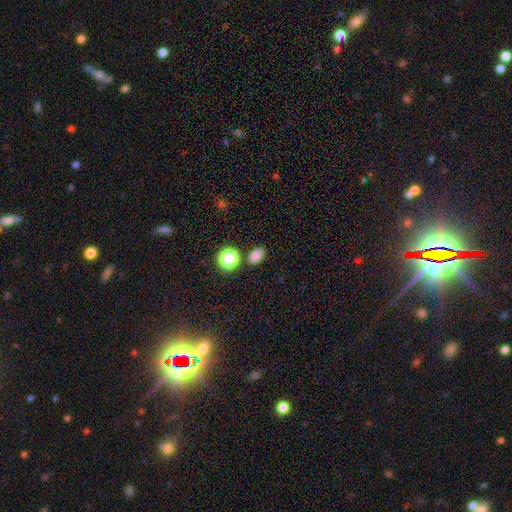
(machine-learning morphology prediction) smooth 81%, star or artifact 15%, featured or disk 5%. Down the decision tree: how rounded — in between (76%); merging — none (80%).